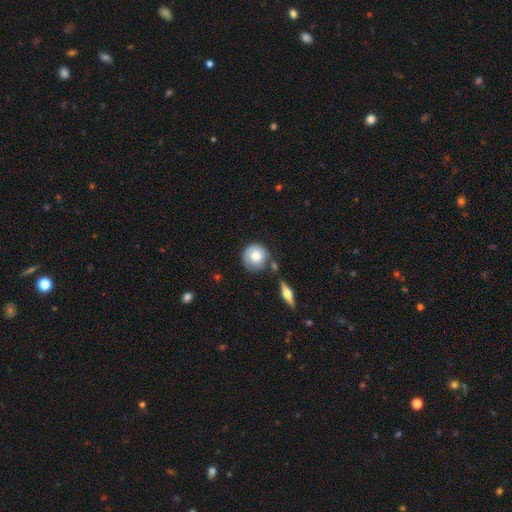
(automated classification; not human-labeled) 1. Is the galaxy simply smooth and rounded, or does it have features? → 75% smooth, 18% featured or disk, 7% star or artifact.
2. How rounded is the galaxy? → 92% round, 7% in between, 1% cigar-shaped.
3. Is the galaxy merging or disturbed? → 70% none, 16% minor disturbance, 9% merger, 4% major disturbance.